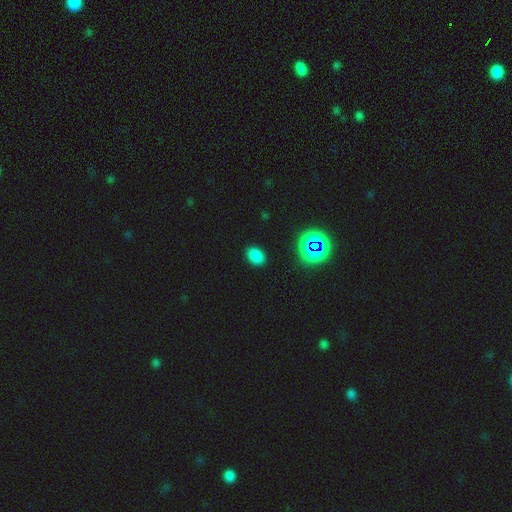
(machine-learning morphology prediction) Smooth or featured? smooth (78%)
How rounded? in between (75%)
Merging? none (88%)